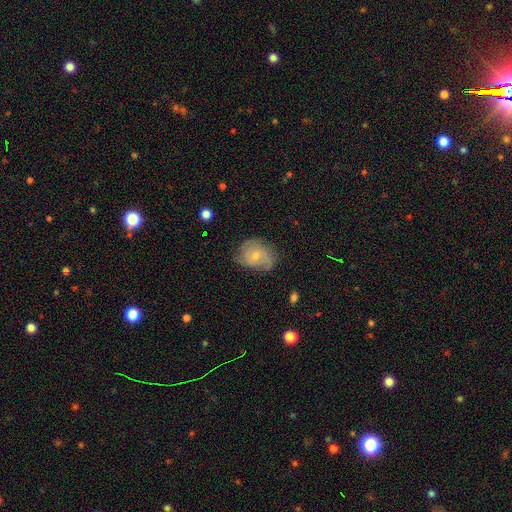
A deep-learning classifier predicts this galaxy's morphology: smooth-or-featured: featured or disk: 57% | smooth: 35% | star or artifact: 8%
  disk-edge-on: no: 97% | yes: 3%
    bar: no: 75% | weak: 22% | strong: 3%
    has-spiral-arms: yes: 83% | no: 17%
    bulge-size: small: 59% | moderate: 37% | none: 2% | large: 1% | dominant: 1%
  merging: none: 60% | minor disturbance: 28% | major disturbance: 10% | merger: 2%